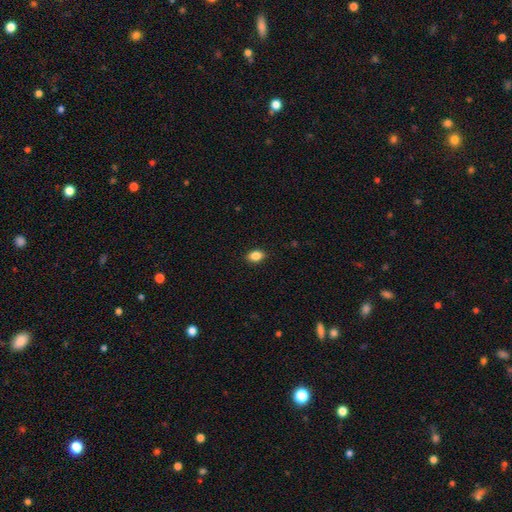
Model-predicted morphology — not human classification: A smooth galaxy with no disk features (86%) that is in between round and cigar-shaped (78%). Merging: none (89%).